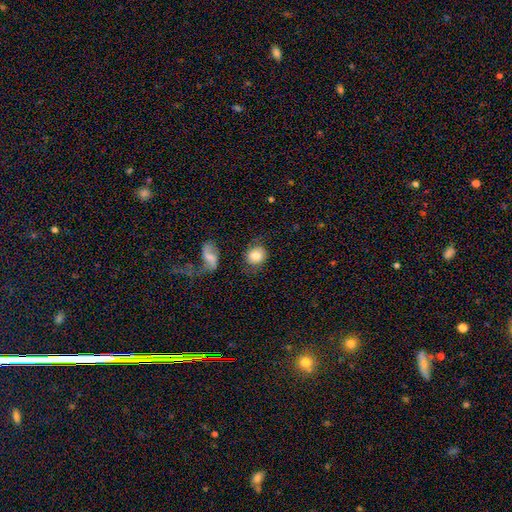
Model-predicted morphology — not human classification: Q: Smooth or featured?
A: smooth (78%); runner-up: featured or disk (14%)
Q: How rounded?
A: round (69%); runner-up: in between (30%)
Q: Merging?
A: none (65%); runner-up: minor disturbance (19%)